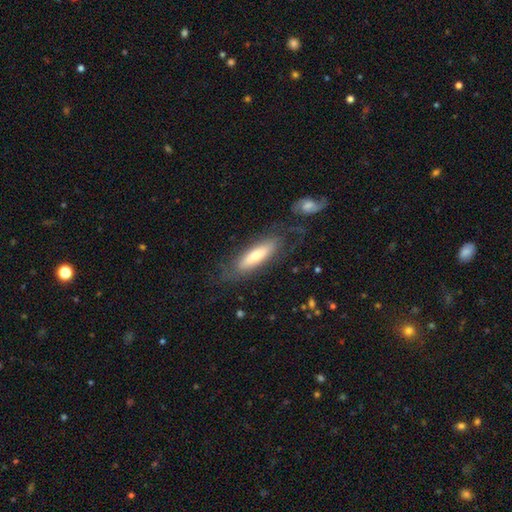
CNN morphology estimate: Q: Smooth or featured?
A: smooth (59%); runner-up: featured or disk (35%)
Q: How rounded?
A: cigar-shaped (59%); runner-up: in between (39%)
Q: Merging?
A: none (72%); runner-up: minor disturbance (16%)